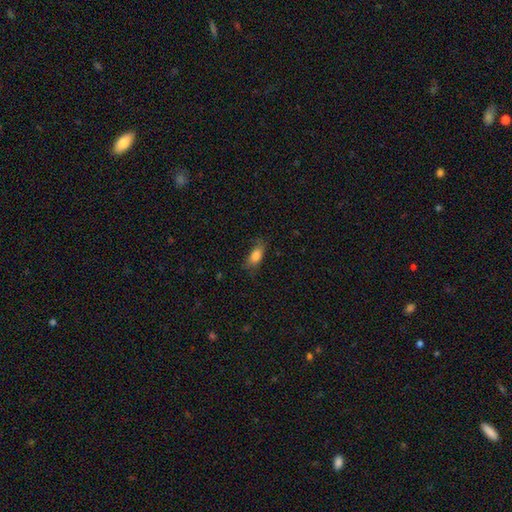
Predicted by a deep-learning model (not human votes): Smooth or featured: smooth — 81% (featured or disk — 10%)
How rounded: in between — 82% (cigar-shaped — 13%)
Merging: none — 72% (minor disturbance — 21%)